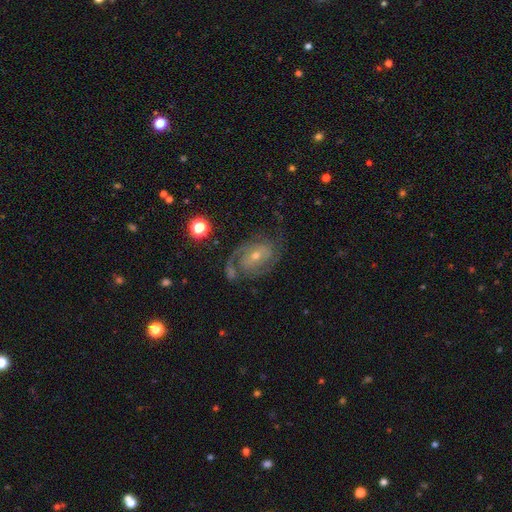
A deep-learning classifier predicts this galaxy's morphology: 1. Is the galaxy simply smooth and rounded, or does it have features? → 84% featured or disk, 8% smooth, 8% star or artifact.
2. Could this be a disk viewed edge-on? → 97% no, 3% yes.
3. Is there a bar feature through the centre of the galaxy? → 49% no, 37% weak, 13% strong.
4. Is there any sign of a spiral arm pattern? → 94% yes, 6% no.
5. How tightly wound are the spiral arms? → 44% tight, 42% medium, 14% loose.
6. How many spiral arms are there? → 65% 2, 15% can't tell, 10% 3, 5% 1, 3% 4, 3% more than 4.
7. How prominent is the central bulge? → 59% small, 37% moderate, 2% large, 1% none, 1% dominant.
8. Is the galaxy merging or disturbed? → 64% none, 18% minor disturbance, 13% major disturbance, 5% merger.